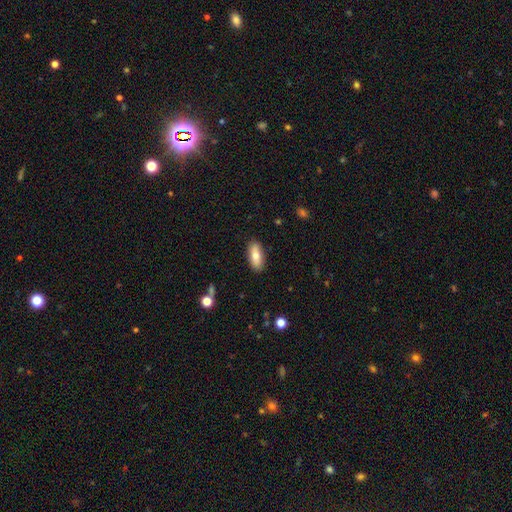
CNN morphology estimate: smooth-or-featured: smooth: 73% | featured or disk: 20% | star or artifact: 7%
  how-rounded: in between: 83% | cigar-shaped: 14% | round: 3%
  merging: none: 88% | minor disturbance: 9% | major disturbance: 2% | merger: 1%